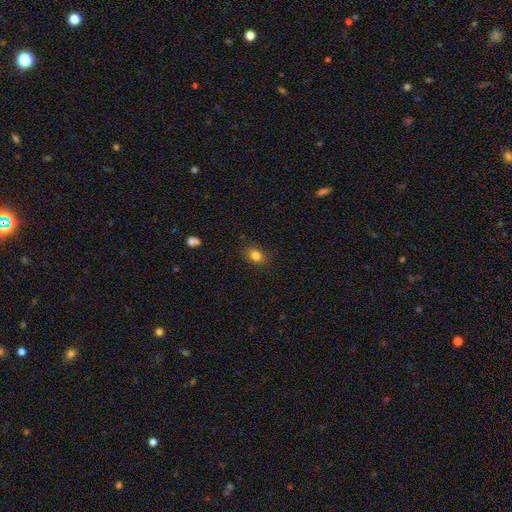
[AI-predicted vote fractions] smooth-or-featured: smooth: 82% | star or artifact: 12% | featured or disk: 7%
  how-rounded: in between: 62% | round: 37% | cigar-shaped: 1%
  merging: none: 84% | minor disturbance: 12% | major disturbance: 3% | merger: 1%